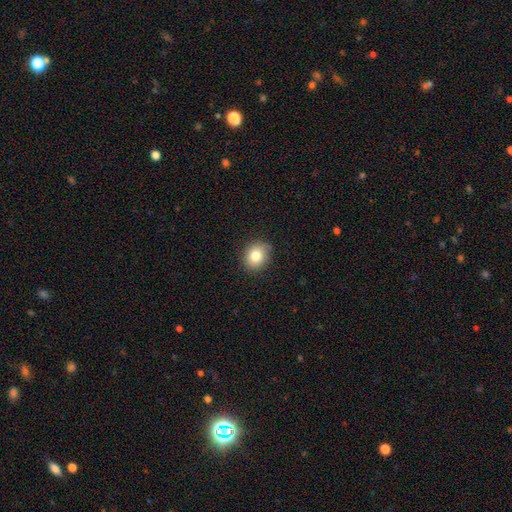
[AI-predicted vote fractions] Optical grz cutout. It shows a smooth galaxy with no disk features (82%) that is round (60%). Merging: none (87%).